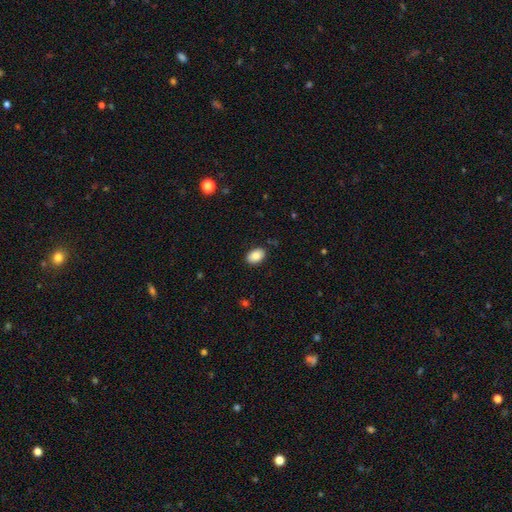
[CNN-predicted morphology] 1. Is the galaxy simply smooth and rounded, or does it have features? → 86% smooth, 7% star or artifact, 7% featured or disk.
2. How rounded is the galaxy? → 87% in between, 12% round, 1% cigar-shaped.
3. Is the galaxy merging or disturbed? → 87% none, 10% minor disturbance, 2% major disturbance, 1% merger.